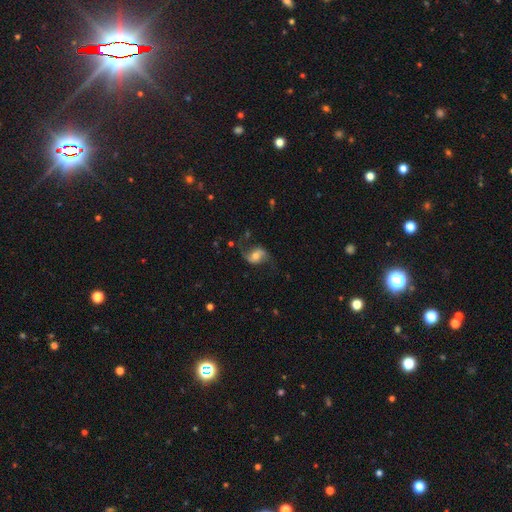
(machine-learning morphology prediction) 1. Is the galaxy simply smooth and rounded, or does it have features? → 74% featured or disk, 18% smooth, 8% star or artifact.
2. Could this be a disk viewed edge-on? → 96% no, 4% yes.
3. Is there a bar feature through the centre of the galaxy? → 47% no, 36% weak, 17% strong.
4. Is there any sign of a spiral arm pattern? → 93% yes, 7% no.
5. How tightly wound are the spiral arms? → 75% loose, 20% medium, 5% tight.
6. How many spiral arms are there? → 92% 2, 3% 1, 2% can't tell, 1% 3, 1% 4, 1% more than 4.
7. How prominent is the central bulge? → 64% moderate, 23% small, 9% large, 2% none, 2% dominant.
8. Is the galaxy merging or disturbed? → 70% none, 17% minor disturbance, 11% major disturbance, 2% merger.